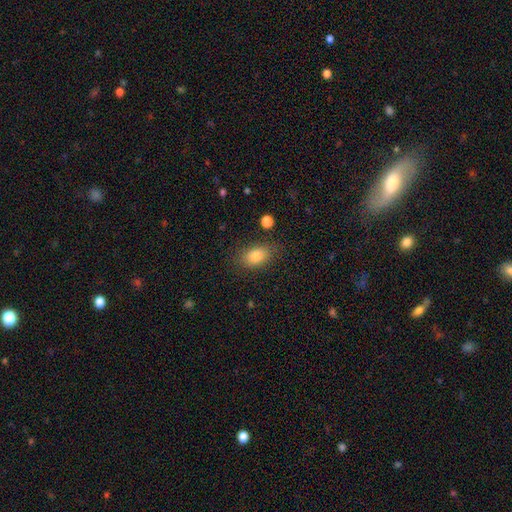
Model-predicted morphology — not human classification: This appears to be a smooth galaxy with no disk features (84%) that is in between round and cigar-shaped (84%). Merging: none (81%).